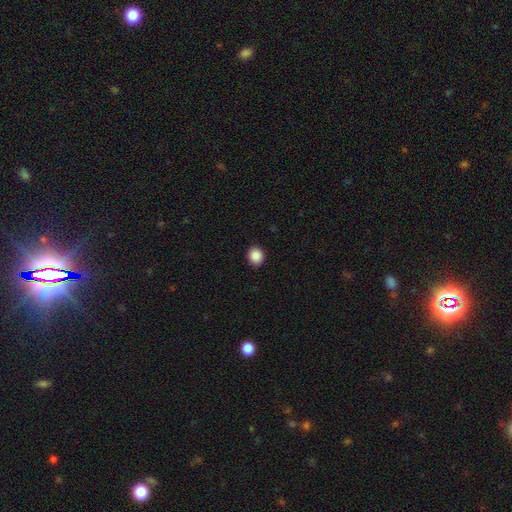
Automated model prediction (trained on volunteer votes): Smooth or featured: smooth — 88% (star or artifact — 9%)
How rounded: round — 72% (in between — 27%)
Merging: none — 92% (minor disturbance — 6%)